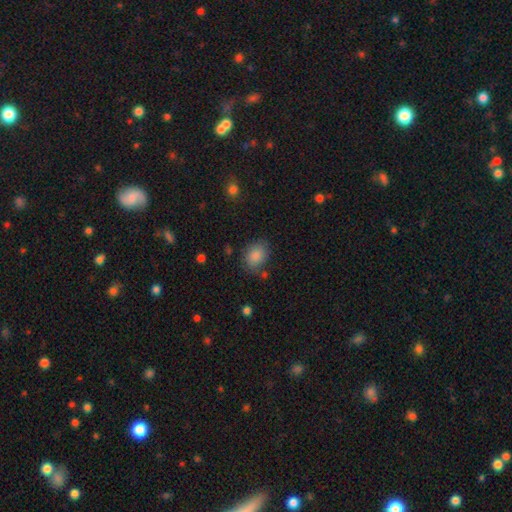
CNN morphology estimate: Q: Smooth or featured?
A: smooth (86%); runner-up: star or artifact (8%)
Q: How rounded?
A: in between (60%); runner-up: round (39%)
Q: Merging?
A: none (72%); runner-up: minor disturbance (18%)